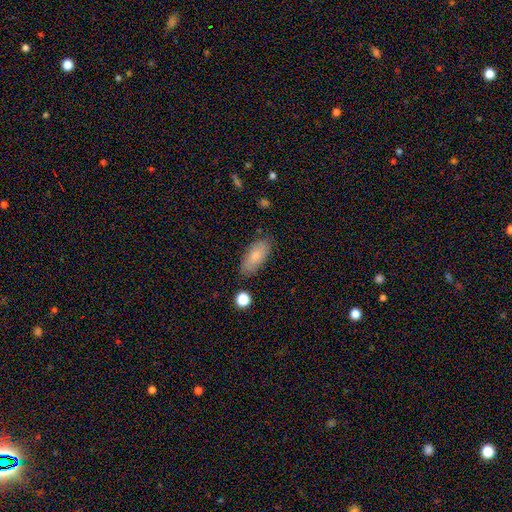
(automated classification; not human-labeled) This is likely a smooth galaxy (79%). How rounded: clearly in between (88%). Merging: clearly none (80%).